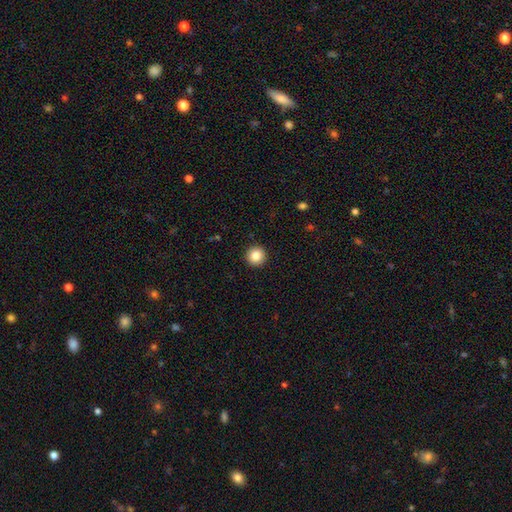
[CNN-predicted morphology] This appears to be a smooth galaxy with no disk features (85%) that is round (96%). Merging: none (94%).